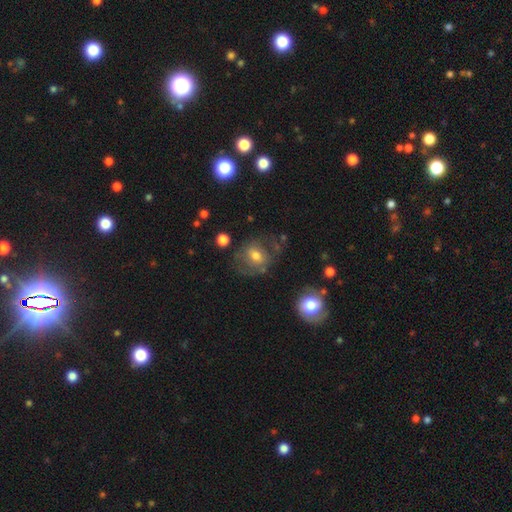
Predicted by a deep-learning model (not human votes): Smooth or featured: smooth — 51% (featured or disk — 36%)
How rounded: round — 65% (in between — 34%)
Merging: none — 59% (minor disturbance — 20%)